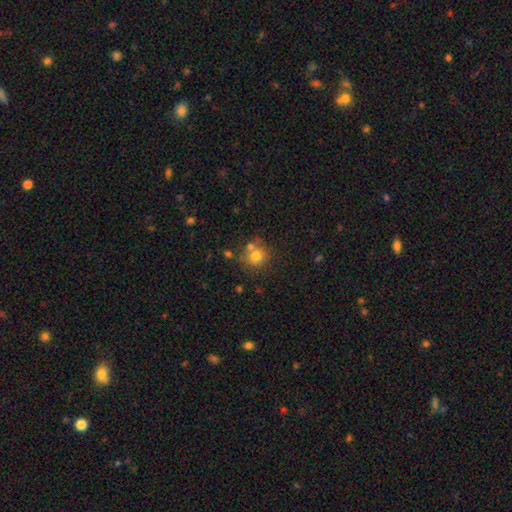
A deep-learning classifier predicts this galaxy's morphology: Smooth or featured? Predicted: smooth (p=0.77). How rounded? Predicted: round (p=0.87). Merging? Predicted: none (p=0.66).